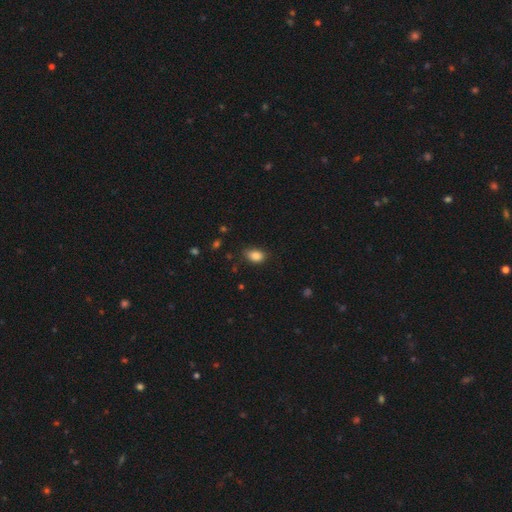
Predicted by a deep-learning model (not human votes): A smooth galaxy with no disk features (87%) that is in between round and cigar-shaped (83%).

Vote fractions:
- Smooth or featured? smooth: 87% / star or artifact: 9% / featured or disk: 5%
- How rounded? in between: 83% / round: 15% / cigar-shaped: 1%
- Merging? none: 79% / minor disturbance: 17% / major disturbance: 3% / merger: 1%